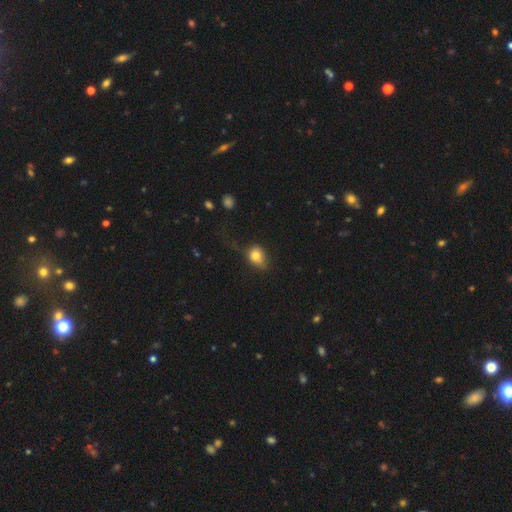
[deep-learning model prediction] Smooth or featured: smooth — 77% (featured or disk — 13%)
How rounded: round — 51% (in between — 48%)
Merging: none — 45% (minor disturbance — 34%)